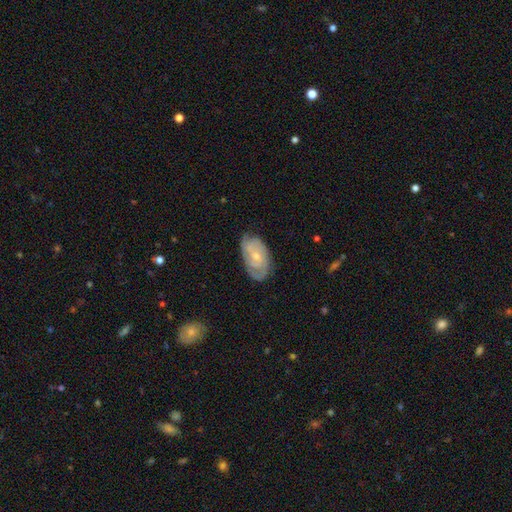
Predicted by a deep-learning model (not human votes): Q: Smooth or featured?
A: featured or disk (69%); runner-up: smooth (25%)
Q: Edge-on disk?
A: no (95%); runner-up: yes (5%)
Q: Bar?
A: no (67%); runner-up: weak (28%)
Q: Spiral arms?
A: yes (87%); runner-up: no (13%)
Q: Spiral winding?
A: tight (61%); runner-up: medium (30%)
Q: Spiral arm count?
A: can't tell (41%); runner-up: 2 (32%)
Q: Bulge size?
A: small (66%); runner-up: moderate (29%)
Q: Merging?
A: none (69%); runner-up: minor disturbance (24%)